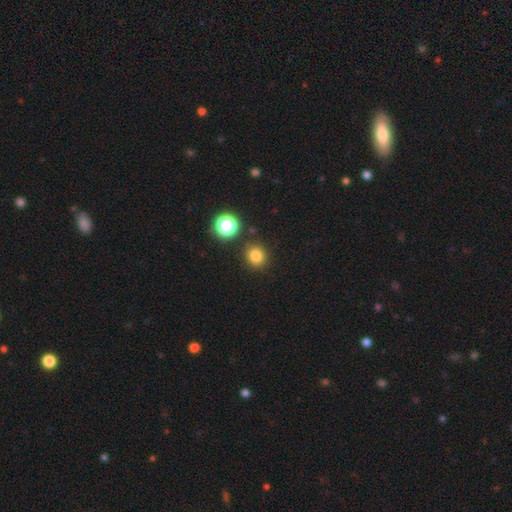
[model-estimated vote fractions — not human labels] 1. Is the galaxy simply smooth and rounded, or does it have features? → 79% smooth, 16% star or artifact, 5% featured or disk.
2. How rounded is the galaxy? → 88% round, 11% in between, 1% cigar-shaped.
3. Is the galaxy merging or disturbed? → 86% none, 7% minor disturbance, 4% merger, 3% major disturbance.